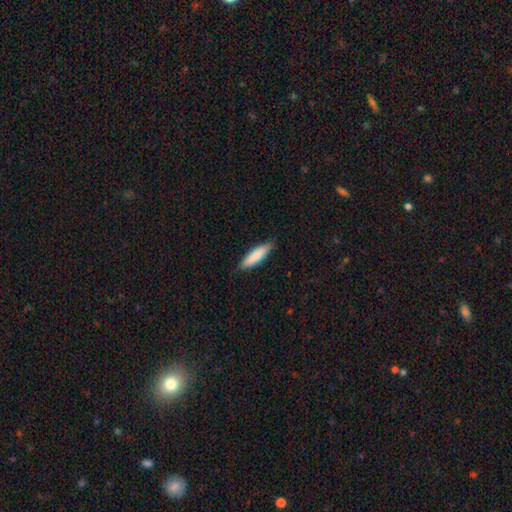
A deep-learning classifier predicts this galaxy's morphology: This is clearly a smooth galaxy (83%). How rounded: likely cigar-shaped (64%). Merging: clearly none (84%).